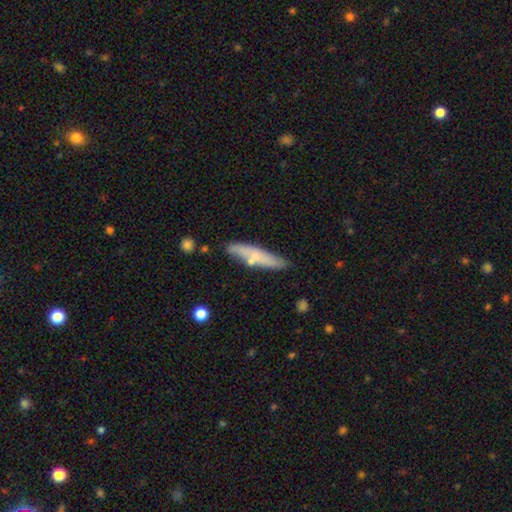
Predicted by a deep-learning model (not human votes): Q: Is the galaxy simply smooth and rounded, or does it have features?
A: smooth — 58%.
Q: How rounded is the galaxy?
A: cigar-shaped — 82%.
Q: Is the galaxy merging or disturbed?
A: none — 74%.